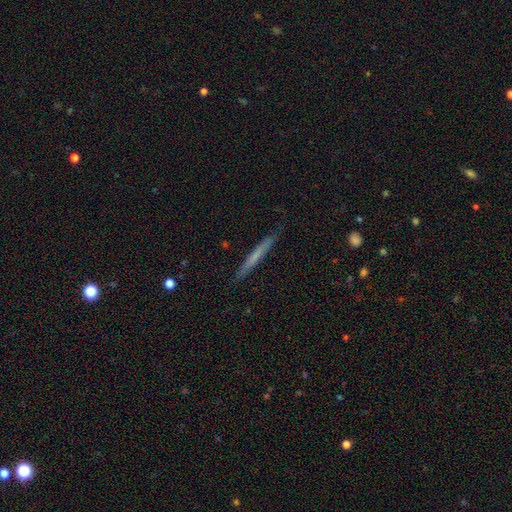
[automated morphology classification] Q: Smooth or featured?
A: smooth (53%); runner-up: featured or disk (41%)
Q: How rounded?
A: cigar-shaped (97%); runner-up: in between (2%)
Q: Merging?
A: none (90%); runner-up: minor disturbance (8%)